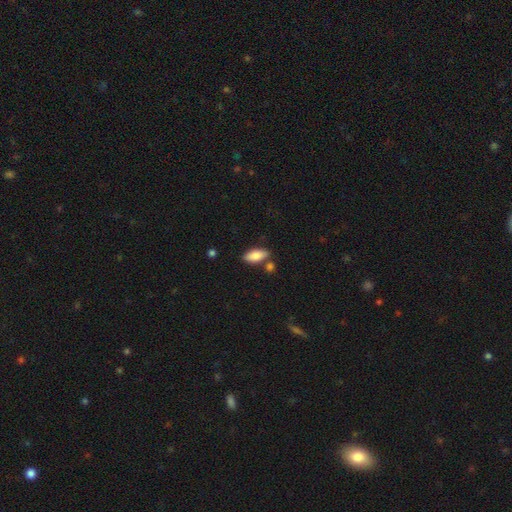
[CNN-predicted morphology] smooth-or-featured: smooth: 81% | featured or disk: 12% | star or artifact: 6%
  how-rounded: in between: 84% | cigar-shaped: 14% | round: 2%
  merging: none: 76% | minor disturbance: 12% | merger: 9% | major disturbance: 3%